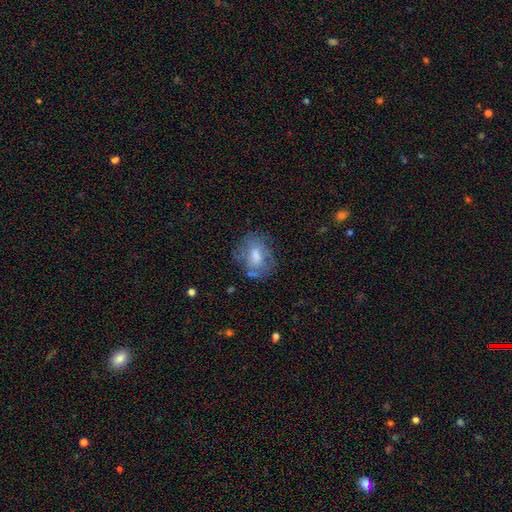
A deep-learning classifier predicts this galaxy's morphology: Q: Smooth or featured?
A: smooth (53%); runner-up: featured or disk (38%)
Q: How rounded?
A: in between (65%); runner-up: round (33%)
Q: Merging?
A: none (60%); runner-up: minor disturbance (23%)